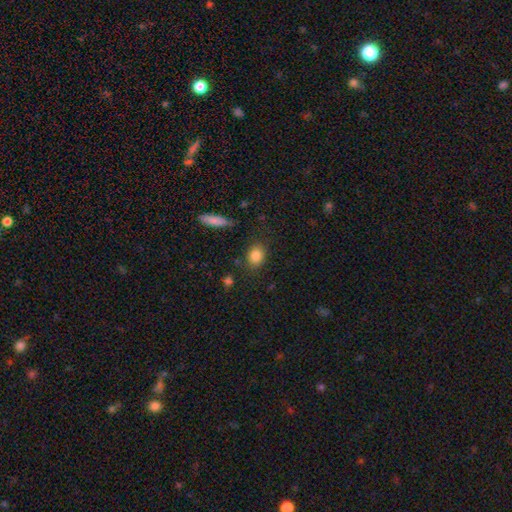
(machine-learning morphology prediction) type=smooth (84%); roundness=in between (56%); merging=none (79%).